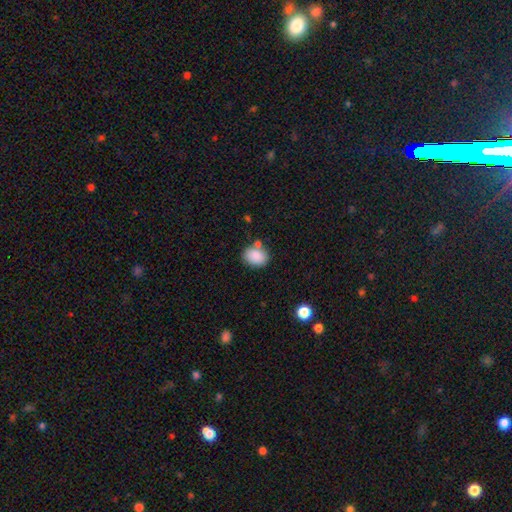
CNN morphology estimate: smooth_or_featured: smooth (p=0.87) [alt: star or artifact p=0.08]
how_rounded: in between (p=0.64) [alt: round p=0.35]
merging: none (p=0.68) [alt: minor disturbance p=0.14]